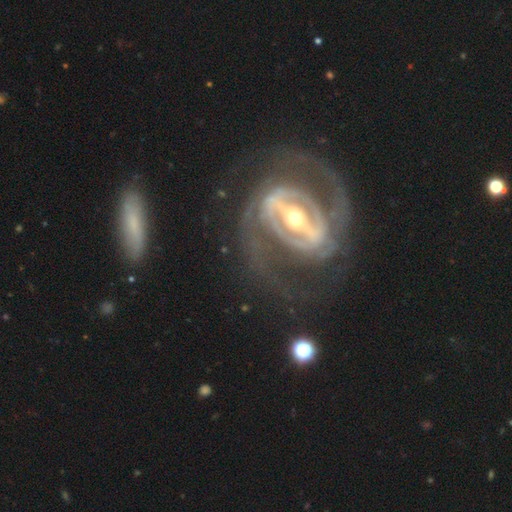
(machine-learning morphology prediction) A featured or disk galaxy (90%) with a strong bar (72%), 2 (85%) medium (46%) spiral arms (93%) and a moderate central bulge (54%). Merging: none (71%).